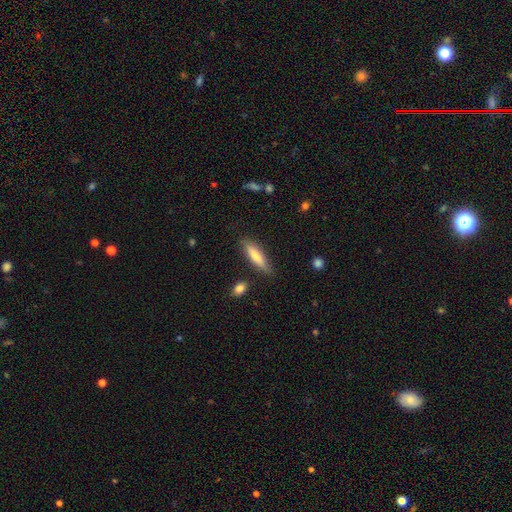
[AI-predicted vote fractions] Q: Smooth or featured?
A: smooth (69%); runner-up: featured or disk (25%)
Q: How rounded?
A: cigar-shaped (69%); runner-up: in between (29%)
Q: Merging?
A: none (82%); runner-up: minor disturbance (13%)